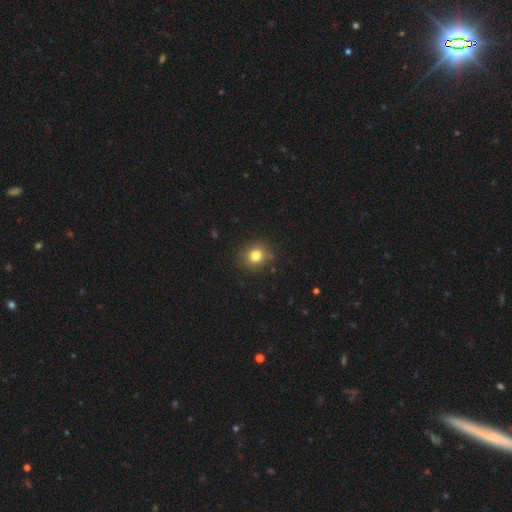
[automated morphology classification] smooth-or-featured: smooth: 80% | star or artifact: 12% | featured or disk: 7%
  how-rounded: round: 80% | in between: 19% | cigar-shaped: 1%
  merging: none: 86% | minor disturbance: 9% | major disturbance: 3% | merger: 2%